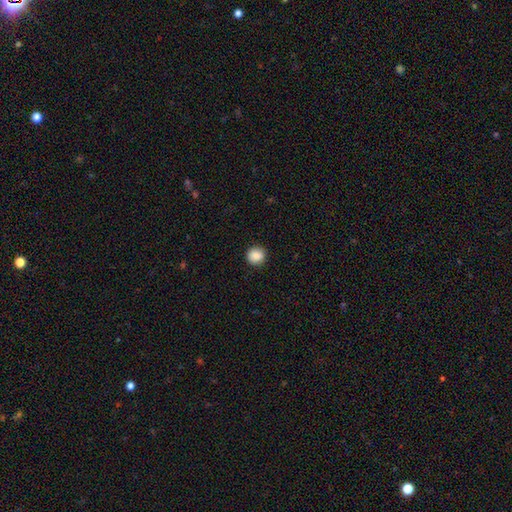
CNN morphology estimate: Smooth or featured? Predicted: smooth (p=0.89). How rounded? Predicted: round (p=0.91). Merging? Predicted: none (p=0.90).